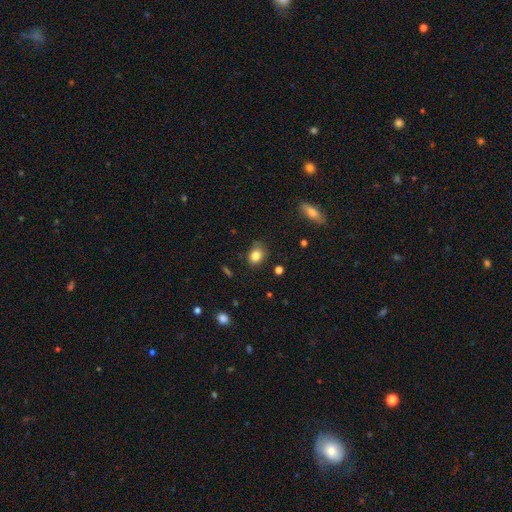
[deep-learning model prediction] Smooth or featured? smooth (82%)
How rounded? in between (56%)
Merging? none (72%)